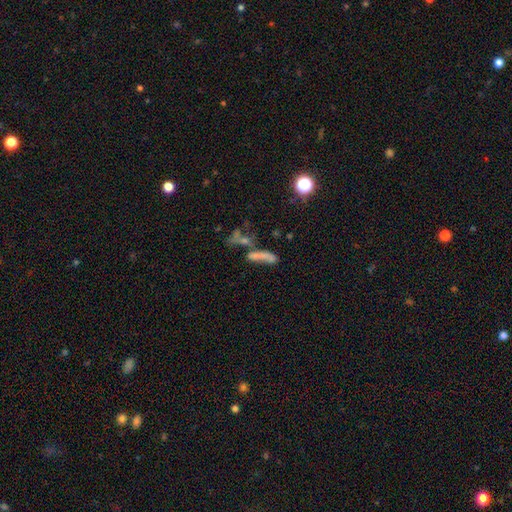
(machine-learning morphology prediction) smooth 48%, featured or disk 32%, star or artifact 20%. Down the decision tree: merging — merger (41%).